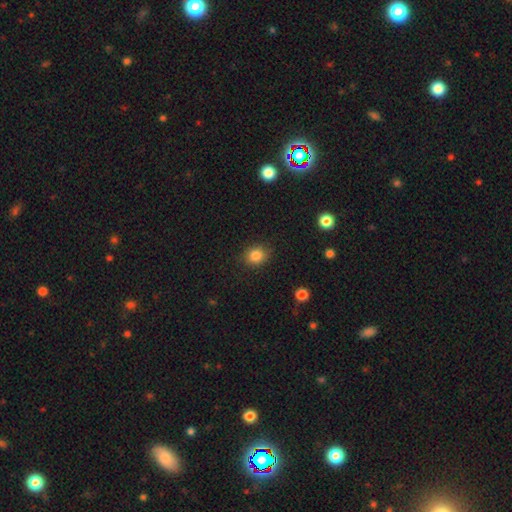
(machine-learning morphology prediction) Overall: smooth (84%). How rounded: round (70%). Merging: none (86%).